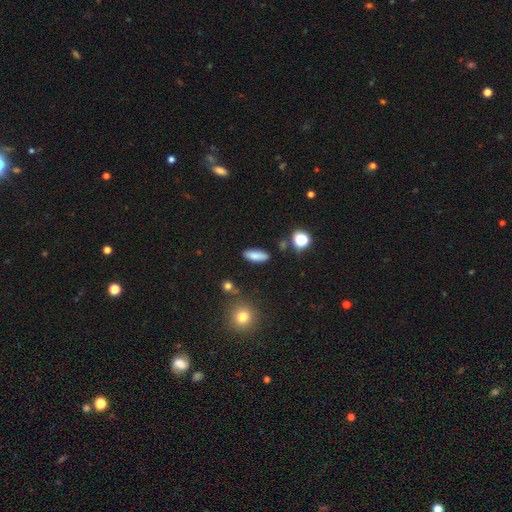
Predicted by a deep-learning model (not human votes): Smooth or featured? smooth (83%)
How rounded? in between (62%)
Merging? none (85%)